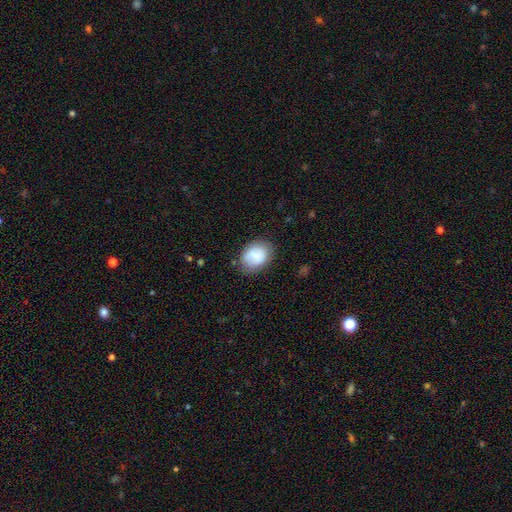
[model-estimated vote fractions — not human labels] This is likely a smooth galaxy (78%). How rounded: possibly in between (58%). Merging: likely none (74%).